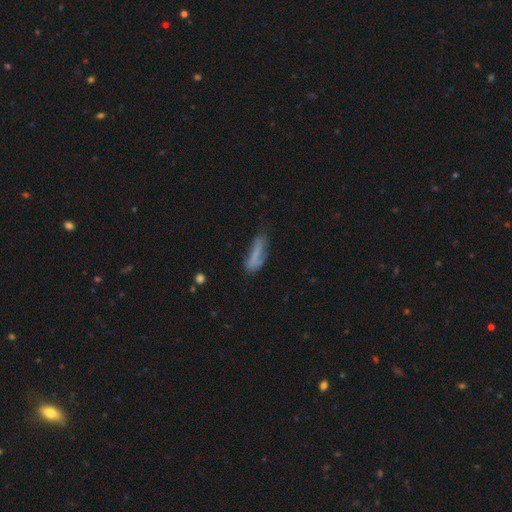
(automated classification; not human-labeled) Smooth or featured? Predicted: smooth (p=0.59). How rounded? Predicted: cigar-shaped (p=0.59). Merging? Predicted: none (p=0.44).